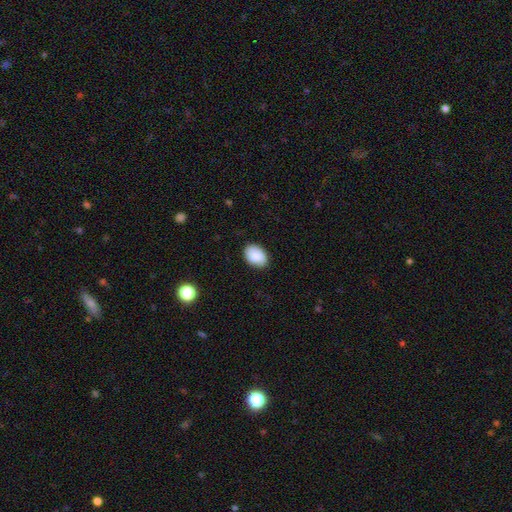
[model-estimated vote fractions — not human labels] Smooth or featured?
  - smooth: 86% *
  - featured or disk: 7%
  - star or artifact: 7%
How rounded?
  - in between: 80% *
  - round: 19%
  - cigar-shaped: 1%
Merging?
  - none: 85% *
  - minor disturbance: 12%
  - major disturbance: 2%
  - merger: 1%